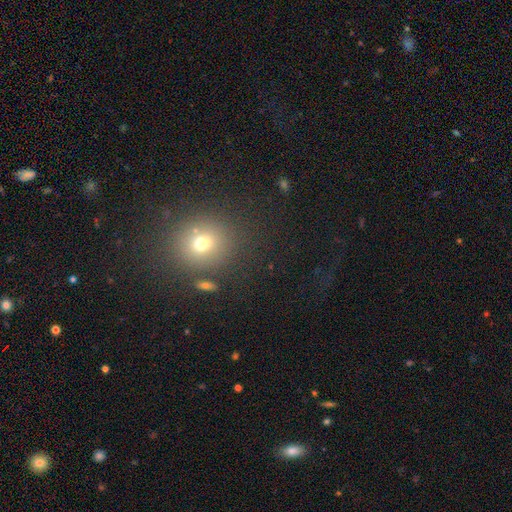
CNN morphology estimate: Q: Smooth or featured?
A: smooth (61%); runner-up: star or artifact (29%)
Q: How rounded?
A: round (82%); runner-up: in between (17%)
Q: Merging?
A: none (84%); runner-up: minor disturbance (8%)